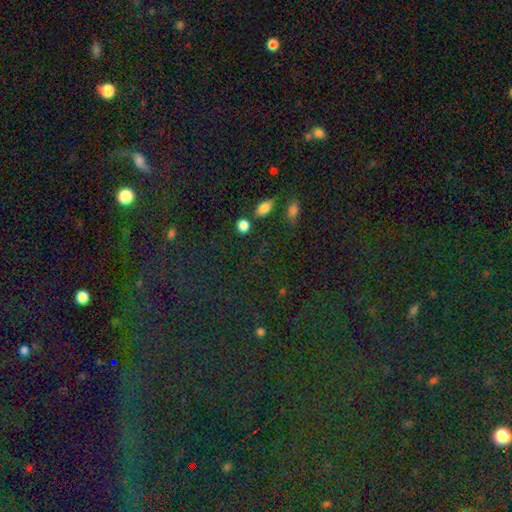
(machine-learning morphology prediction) type=star or artifact (81%).